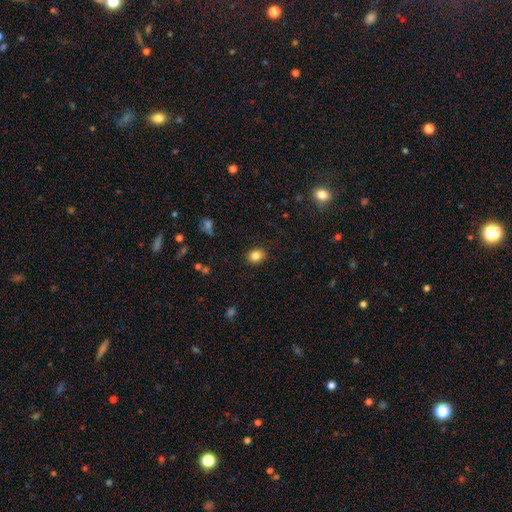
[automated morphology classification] smooth_or_featured: smooth (p=0.84) [alt: star or artifact p=0.10]
how_rounded: round (p=0.51) [alt: in between p=0.48]
merging: none (p=0.88) [alt: minor disturbance p=0.08]